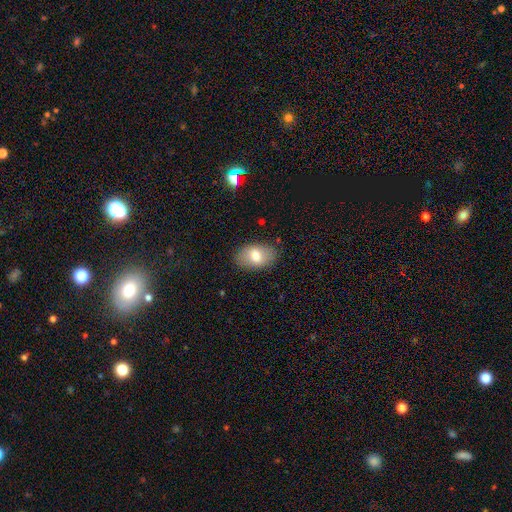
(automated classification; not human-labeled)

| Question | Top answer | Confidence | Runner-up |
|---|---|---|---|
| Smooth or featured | smooth | 75% | featured or disk (18%) |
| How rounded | in between | 88% | round (10%) |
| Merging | none | 84% | minor disturbance (12%) |